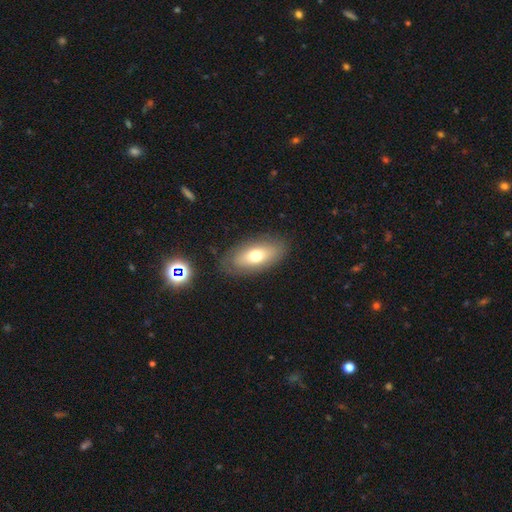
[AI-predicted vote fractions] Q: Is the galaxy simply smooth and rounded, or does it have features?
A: smooth — 65%.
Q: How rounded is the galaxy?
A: in between — 86%.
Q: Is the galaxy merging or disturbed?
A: none — 83%.